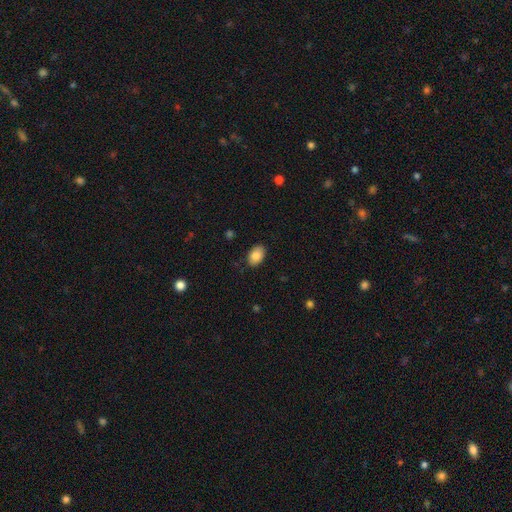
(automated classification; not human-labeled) Morphology: type=smooth (85%); roundness=in between (87%); merging=none (86%).